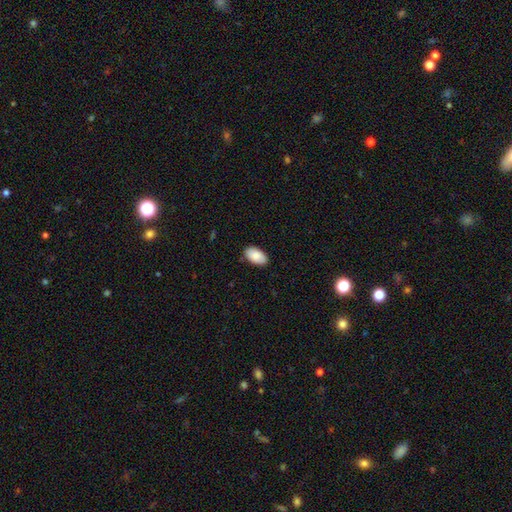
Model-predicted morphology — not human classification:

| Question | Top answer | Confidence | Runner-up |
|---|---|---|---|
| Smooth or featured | smooth | 89% | star or artifact (6%) |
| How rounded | in between | 96% | round (3%) |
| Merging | none | 86% | minor disturbance (11%) |